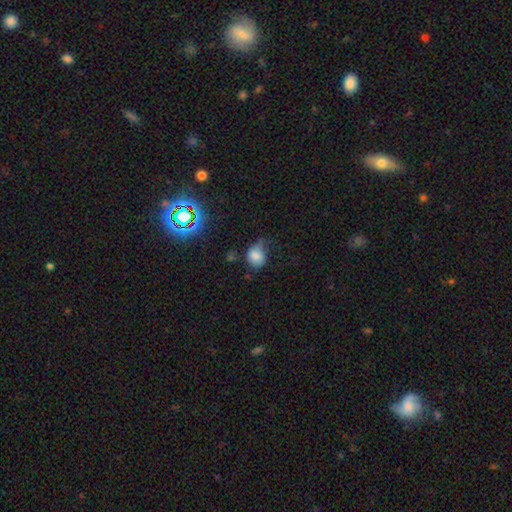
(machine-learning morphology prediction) Smooth or featured: smooth — 74% (featured or disk — 13%)
How rounded: round — 55% (in between — 44%)
Merging: minor disturbance — 38% (none — 34%)